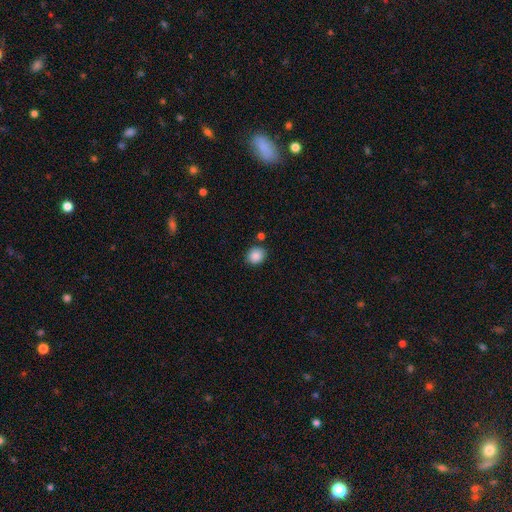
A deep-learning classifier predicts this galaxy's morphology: type=smooth (88%); roundness=round (69%); merging=none (84%).